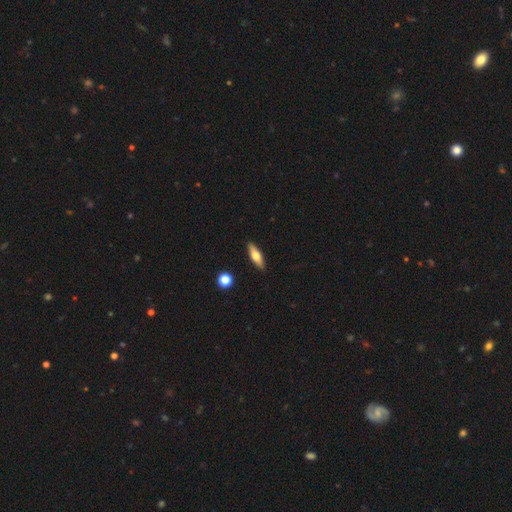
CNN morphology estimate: Overall: smooth (52%; featured or disk 42%). How rounded: cigar-shaped (54%; in between 43%). Merging: none (89%).